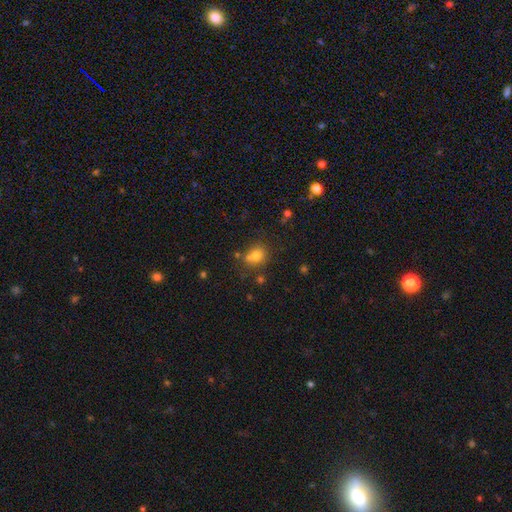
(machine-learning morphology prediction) Overall: smooth (76%). How rounded: round (69%; in between 30%). Merging: none (61%).